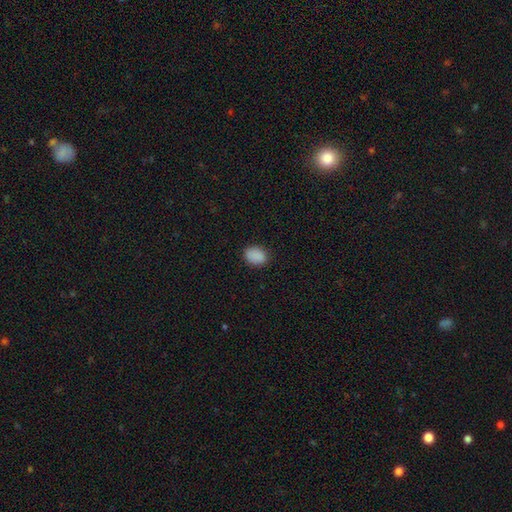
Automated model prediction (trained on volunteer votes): This appears to be a smooth galaxy with no disk features (88%) that is in between round and cigar-shaped (69%). Merging: none (86%).